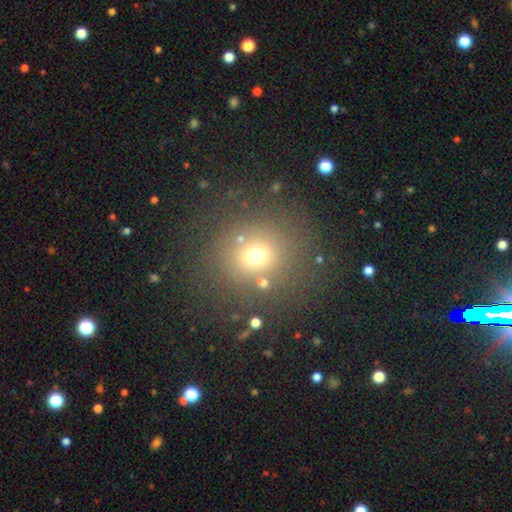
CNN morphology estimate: Q: Smooth or featured?
A: smooth (66%); runner-up: star or artifact (23%)
Q: How rounded?
A: round (88%); runner-up: in between (11%)
Q: Merging?
A: none (78%); runner-up: minor disturbance (9%)